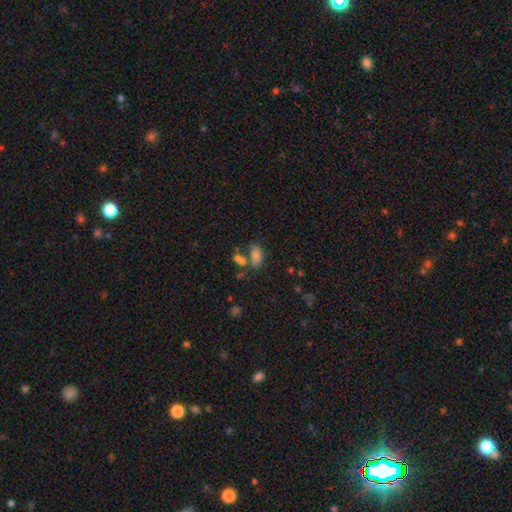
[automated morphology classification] smooth_or_featured: smooth (p=0.75) [alt: star or artifact p=0.15]
how_rounded: in between (p=0.87) [alt: cigar-shaped p=0.07]
merging: none (p=0.48) [alt: merger p=0.31]